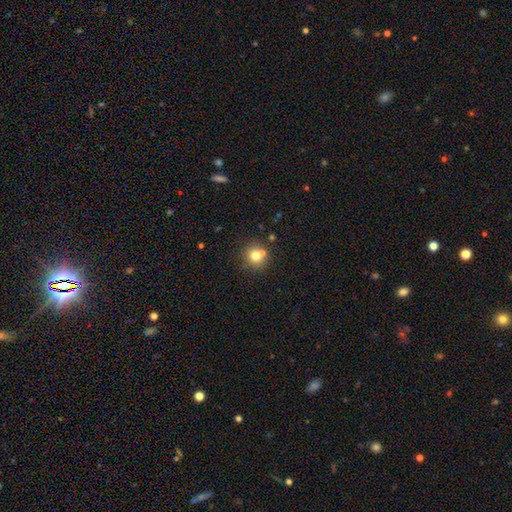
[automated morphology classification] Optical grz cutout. It shows a smooth galaxy with no disk features (73%) that is round (89%). Merging: none (66%).